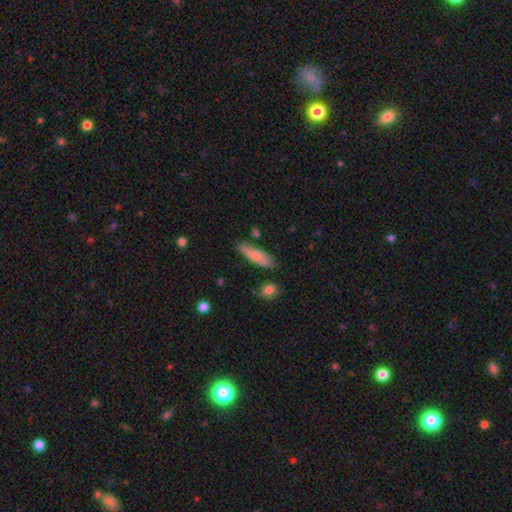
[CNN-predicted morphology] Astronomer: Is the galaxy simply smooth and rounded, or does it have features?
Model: smooth — 75%.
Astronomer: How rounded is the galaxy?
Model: cigar-shaped — 63%.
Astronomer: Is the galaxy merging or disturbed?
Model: none — 76%.